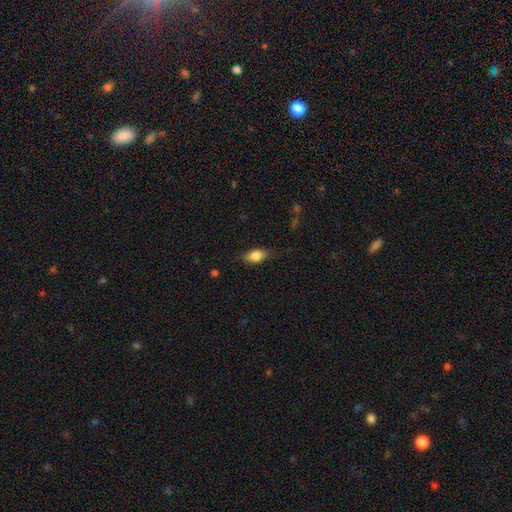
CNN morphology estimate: Smooth or featured? Predicted: smooth (p=0.83). How rounded? Predicted: in between (p=0.85). Merging? Predicted: none (p=0.76).